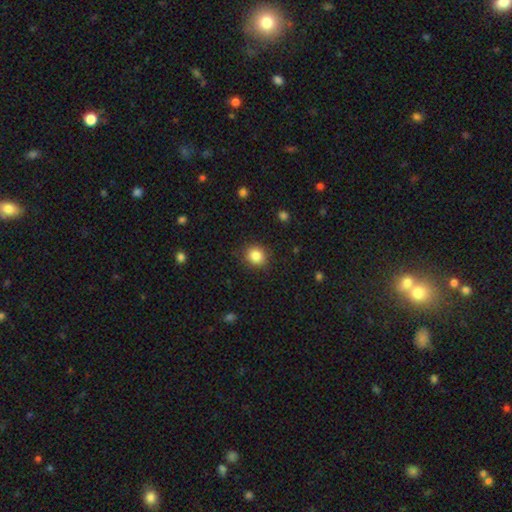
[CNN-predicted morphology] type=smooth (85%); roundness=round (78%); merging=none (87%).